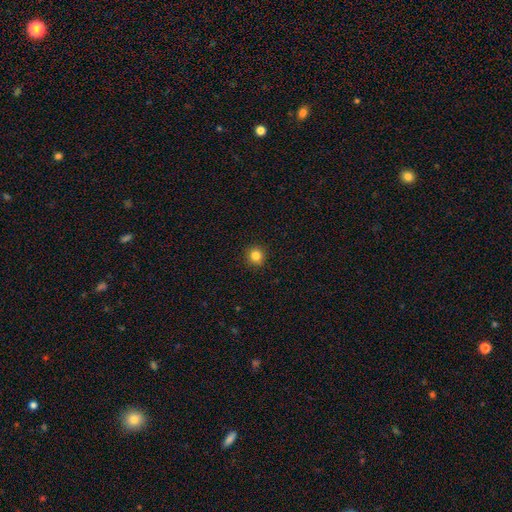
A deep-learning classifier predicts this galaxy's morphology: A smooth galaxy with no disk features (83%) that is round (93%).

Vote fractions:
- Smooth or featured? smooth: 83% / star or artifact: 12% / featured or disk: 5%
- How rounded? round: 93% / in between: 6% / cigar-shaped: 1%
- Merging? none: 92% / minor disturbance: 5% / major disturbance: 2% / merger: 1%